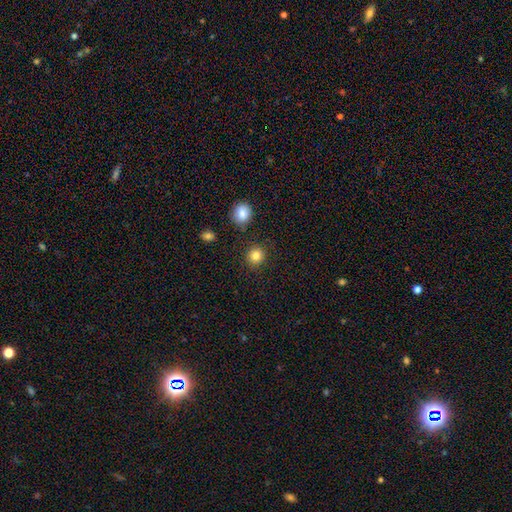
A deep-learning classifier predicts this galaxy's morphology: Smooth or featured: smooth — 84% (star or artifact — 11%)
How rounded: round — 90% (in between — 9%)
Merging: none — 88% (minor disturbance — 6%)